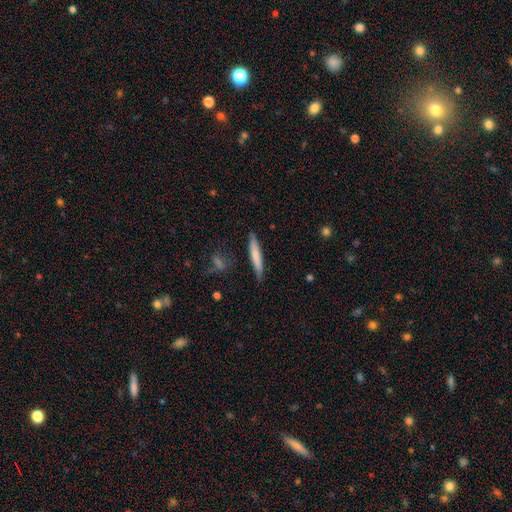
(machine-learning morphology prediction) smooth_or_featured: smooth (p=0.72) [alt: featured or disk p=0.23]
how_rounded: cigar-shaped (p=0.93) [alt: in between p=0.06]
merging: none (p=0.82) [alt: minor disturbance p=0.13]